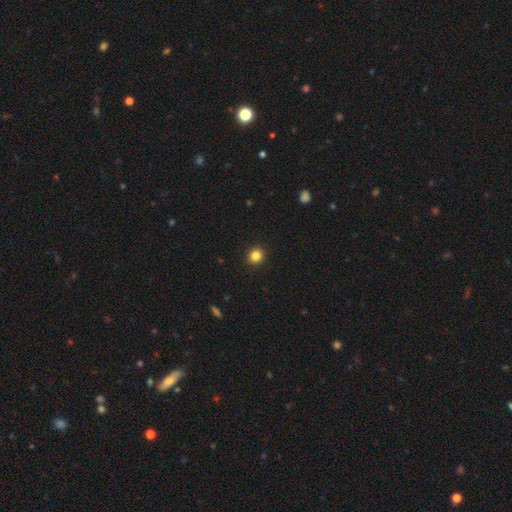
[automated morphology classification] The model was most divided on "smooth or featured": smooth: 84%, star or artifact: 12%, featured or disk: 5%. More confident: merging — none (93%); how rounded — round (90%).